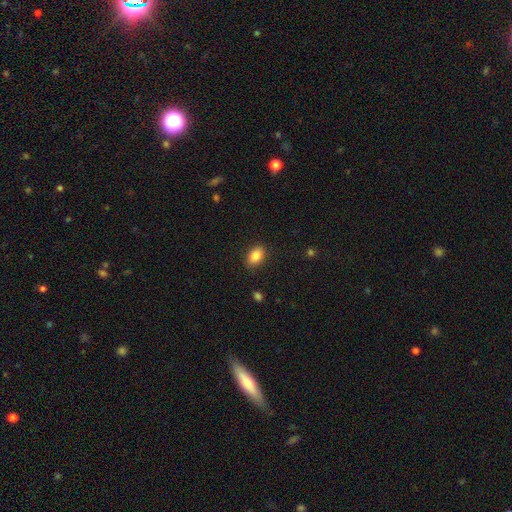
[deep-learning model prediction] The model was most divided on "how rounded": in between: 82%, round: 16%, cigar-shaped: 1%. More confident: smooth or featured — smooth (86%); merging — none (86%).